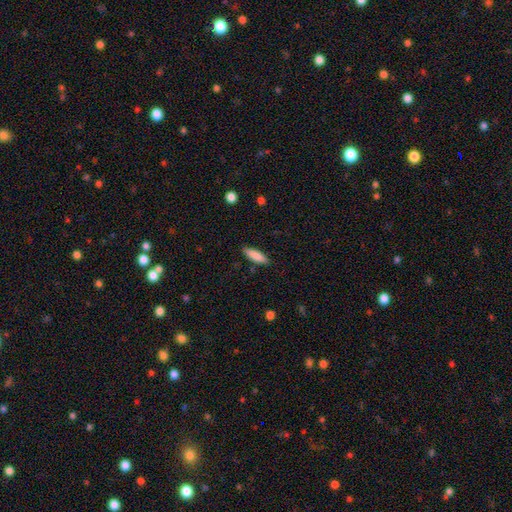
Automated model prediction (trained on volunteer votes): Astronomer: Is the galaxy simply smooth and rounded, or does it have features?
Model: smooth — 84%.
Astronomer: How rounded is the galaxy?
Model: cigar-shaped — 58% (runner-up: in between, 40%).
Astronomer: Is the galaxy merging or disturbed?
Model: none — 86%.